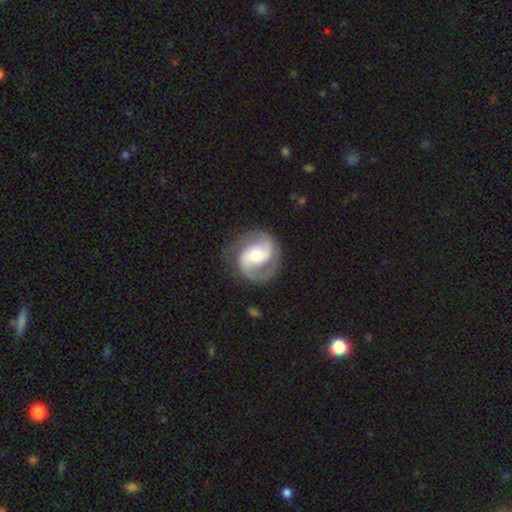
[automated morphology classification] A featured or disk galaxy (85%) with no bar (40%), 2 (89%) medium (51%) spiral arms (96%) and a moderate central bulge (60%).

Vote fractions:
- Smooth or featured? featured or disk: 85% / smooth: 10% / star or artifact: 5%
- Edge-on disk? no: 98% / yes: 2%
- Bar? no: 40% / weak: 39% / strong: 21%
- Spiral arms? yes: 96% / no: 4%
- Spiral winding? medium: 51% / tight: 30% / loose: 19%
- Spiral arm count? 2: 89% / 1: 4% / can't tell: 3% / 3: 2% / 4: 1% / more than 4: 1%
- Bulge size? moderate: 60% / small: 25% / large: 12% / none: 2% / dominant: 2%
- Merging? none: 78% / minor disturbance: 14% / major disturbance: 7% / merger: 1%